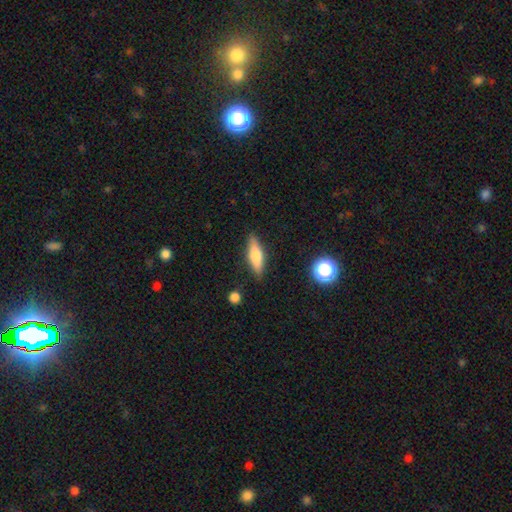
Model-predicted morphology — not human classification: smooth-or-featured: smooth: 60% | featured or disk: 33% | star or artifact: 7%
  how-rounded: cigar-shaped: 55% | in between: 42% | round: 3%
  merging: none: 86% | minor disturbance: 10% | major disturbance: 2% | merger: 2%